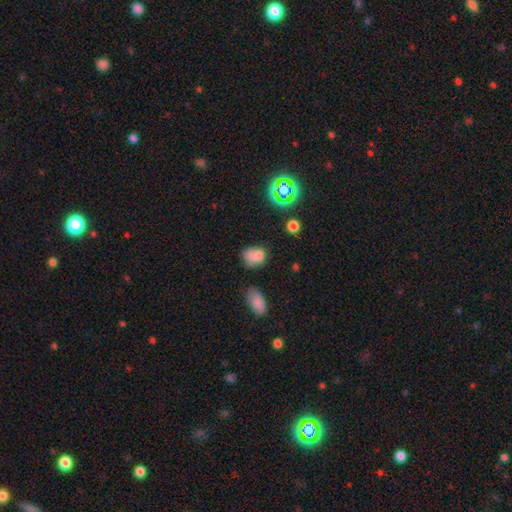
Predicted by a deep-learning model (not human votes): A smooth galaxy with no disk features (73%) that is in between round and cigar-shaped (61%).

Vote fractions:
- Smooth or featured? smooth: 73% / star or artifact: 15% / featured or disk: 13%
- How rounded? in between: 61% / round: 37% / cigar-shaped: 1%
- Merging? none: 47% / minor disturbance: 25% / merger: 17% / major disturbance: 11%